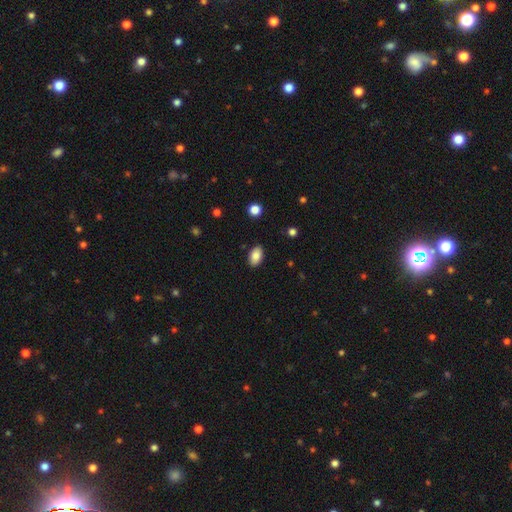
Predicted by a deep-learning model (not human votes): Smooth or featured? Predicted: smooth (p=0.85). How rounded? Predicted: in between (p=0.92). Merging? Predicted: none (p=0.88).